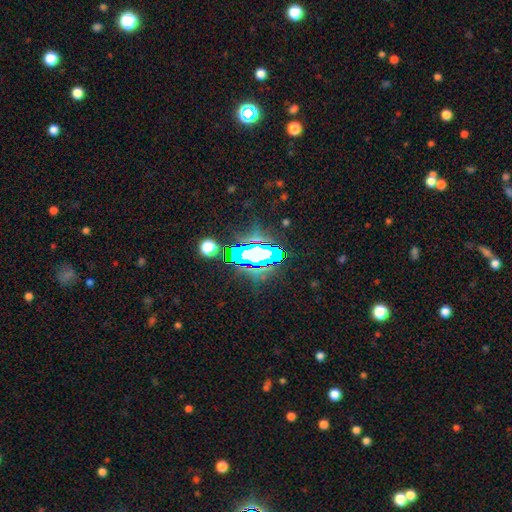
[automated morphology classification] Overall: star or artifact (62%).